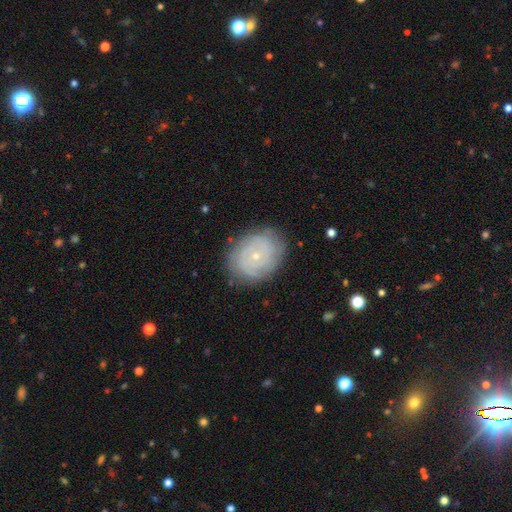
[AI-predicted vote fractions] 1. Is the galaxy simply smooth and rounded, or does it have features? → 67% featured or disk, 25% smooth, 8% star or artifact.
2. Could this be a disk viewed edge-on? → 97% no, 3% yes.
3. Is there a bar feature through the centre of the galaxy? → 84% no, 14% weak, 3% strong.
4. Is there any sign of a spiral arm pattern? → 84% yes, 16% no.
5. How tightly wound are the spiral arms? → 76% tight, 19% medium, 5% loose.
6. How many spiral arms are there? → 47% can't tell, 23% 2, 13% 3, 8% 4, 5% more than 4, 5% 1.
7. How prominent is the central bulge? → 83% small, 14% moderate, 1% none, 1% large, 1% dominant.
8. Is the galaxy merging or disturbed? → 81% none, 14% minor disturbance, 4% major disturbance, 1% merger.